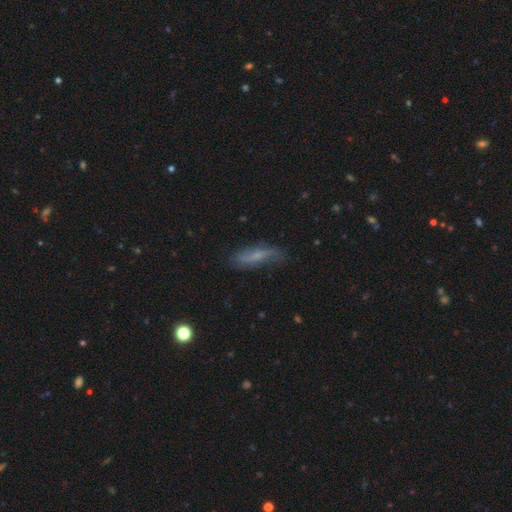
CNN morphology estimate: smooth_or_featured: smooth (p=0.48) [alt: featured or disk p=0.42]
merging: none (p=0.65) [alt: minor disturbance p=0.25]